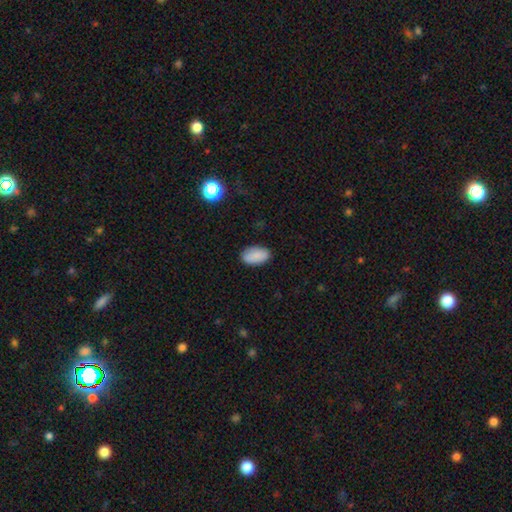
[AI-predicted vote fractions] Smooth or featured? Predicted: smooth (p=0.88). How rounded? Predicted: in between (p=0.94). Merging? Predicted: none (p=0.86).